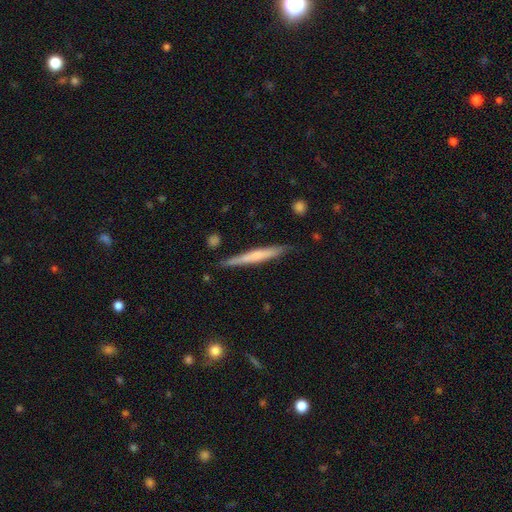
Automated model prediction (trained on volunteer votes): smooth-or-featured: smooth: 51% | featured or disk: 43% | star or artifact: 5%
  how-rounded: cigar-shaped: 96% | in between: 3% | round: 1%
  merging: none: 85% | minor disturbance: 11% | major disturbance: 2% | merger: 2%